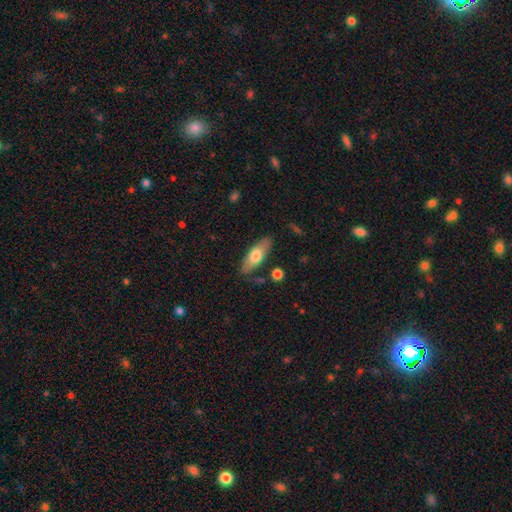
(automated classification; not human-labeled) A smooth galaxy with no disk features (64%) that is in between round and cigar-shaped (68%).

Vote fractions:
- Smooth or featured? smooth: 64% / featured or disk: 30% / star or artifact: 6%
- How rounded? in between: 68% / cigar-shaped: 30% / round: 3%
- Merging? none: 80% / minor disturbance: 14% / major disturbance: 3% / merger: 3%